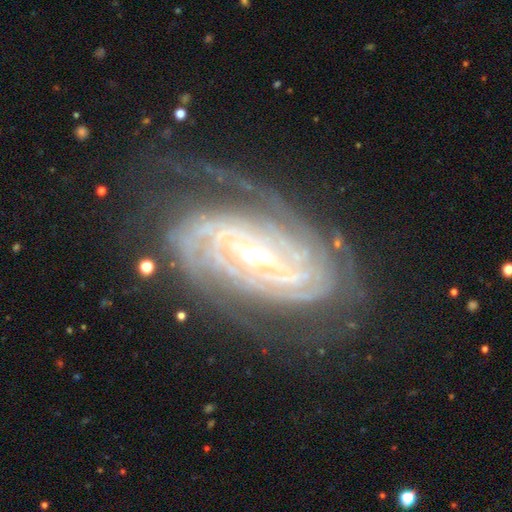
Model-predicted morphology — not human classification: Q: Smooth or featured?
A: featured or disk (91%); runner-up: star or artifact (5%)
Q: Edge-on disk?
A: no (95%); runner-up: yes (5%)
Q: Bar?
A: strong (40%); runner-up: weak (37%)
Q: Spiral arms?
A: yes (98%); runner-up: no (2%)
Q: Spiral winding?
A: tight (79%); runner-up: medium (18%)
Q: Spiral arm count?
A: 3 (23%); runner-up: 2 (21%)
Q: Bulge size?
A: moderate (58%); runner-up: small (35%)
Q: Merging?
A: none (71%); runner-up: minor disturbance (19%)